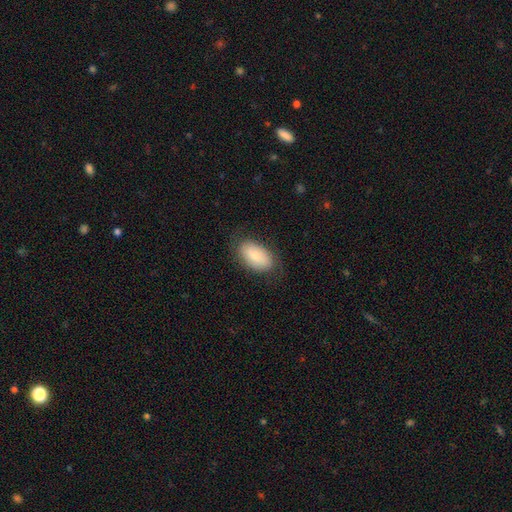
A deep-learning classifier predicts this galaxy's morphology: The model was most divided on "merging": none: 75%, minor disturbance: 17%, major disturbance: 6%, merger: 1%. More confident: how rounded — in between (93%); smooth or featured — smooth (76%).